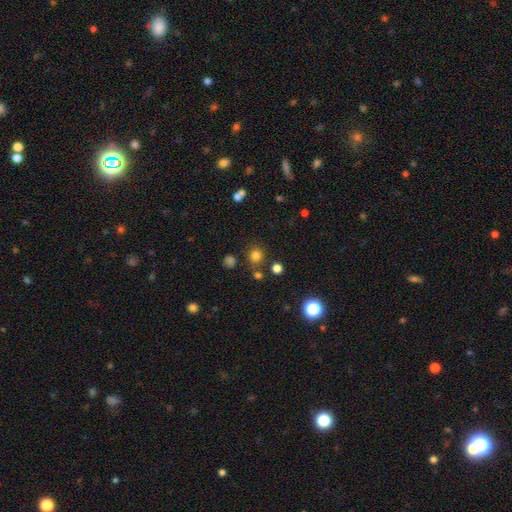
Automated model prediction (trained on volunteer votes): Overall: smooth (77%). How rounded: round (86%). Merging: none (79%).